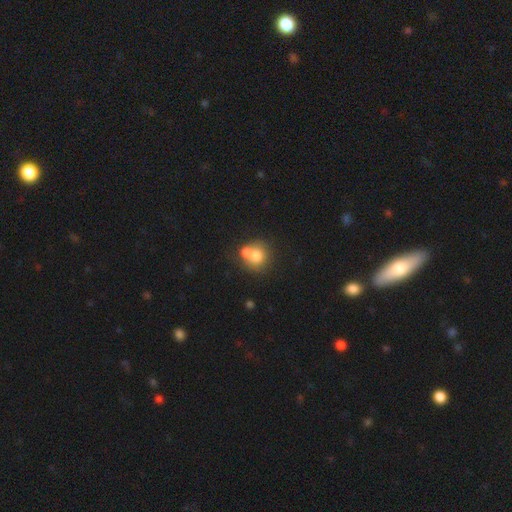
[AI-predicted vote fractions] The model was most divided on "merging": merger: 47%, none: 41%, minor disturbance: 9%, major disturbance: 4%. More confident: how rounded — round (85%); smooth or featured — smooth (73%).